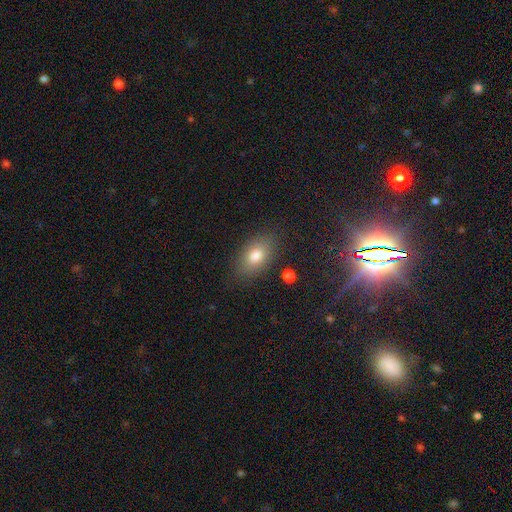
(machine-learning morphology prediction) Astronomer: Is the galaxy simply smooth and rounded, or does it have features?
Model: smooth — 79%.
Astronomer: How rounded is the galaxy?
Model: in between — 88%.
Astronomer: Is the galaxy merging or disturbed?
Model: none — 82%.